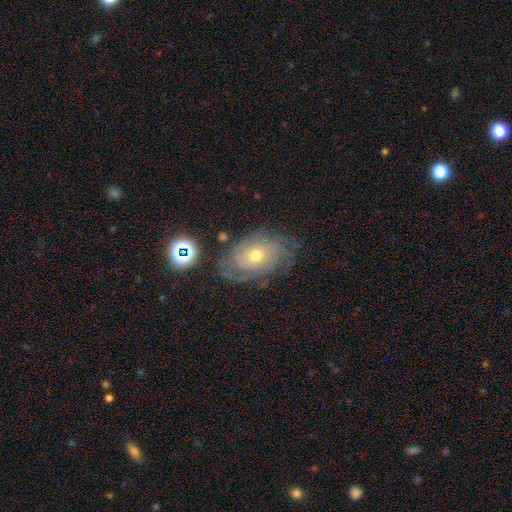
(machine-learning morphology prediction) type=featured or disk (54%); edge-on=no (92%); merging=none (64%).